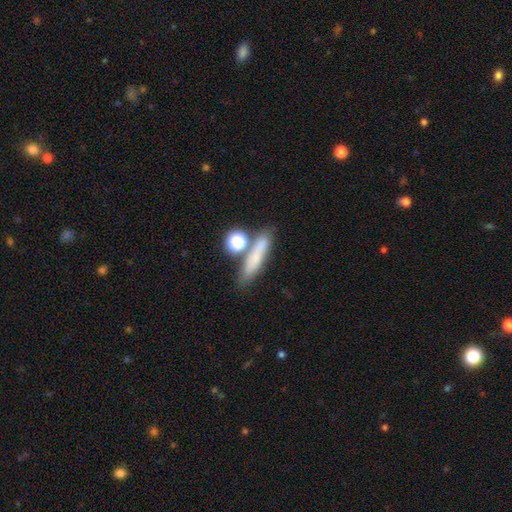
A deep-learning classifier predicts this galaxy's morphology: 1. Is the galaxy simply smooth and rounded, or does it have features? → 70% smooth, 18% featured or disk, 12% star or artifact.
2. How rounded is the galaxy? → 63% cigar-shaped, 23% in between, 14% round.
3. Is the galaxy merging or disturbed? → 64% none, 17% merger, 14% minor disturbance, 6% major disturbance.